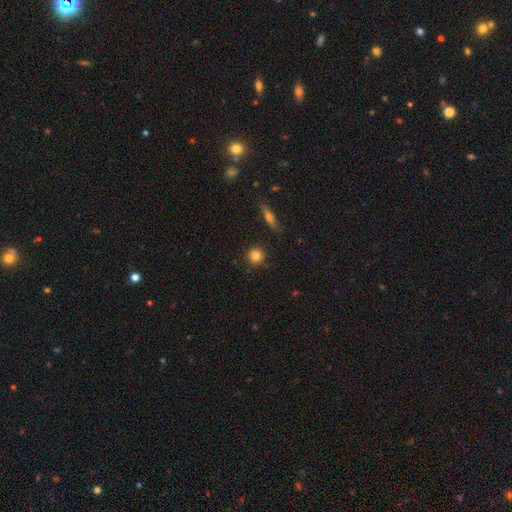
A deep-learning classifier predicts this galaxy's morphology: Smooth or featured: smooth — 82% (star or artifact — 10%)
How rounded: round — 92% (in between — 6%)
Merging: none — 89% (minor disturbance — 7%)